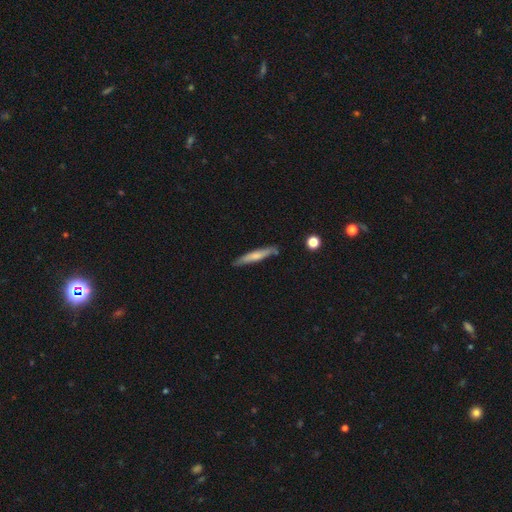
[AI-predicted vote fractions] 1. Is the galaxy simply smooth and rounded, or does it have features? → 61% smooth, 33% featured or disk, 6% star or artifact.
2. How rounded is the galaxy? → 92% cigar-shaped, 7% in between, 1% round.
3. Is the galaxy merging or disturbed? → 80% none, 13% minor disturbance, 4% merger, 3% major disturbance.